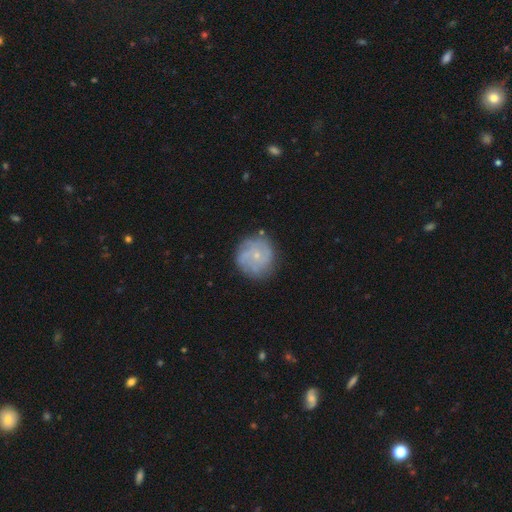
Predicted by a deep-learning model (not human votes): Smooth or featured? featured or disk (57%)
Edge-on disk? no (98%)
Bar? no (83%)
Spiral arms? yes (76%)
Bulge size? small (80%)
Merging? none (76%)